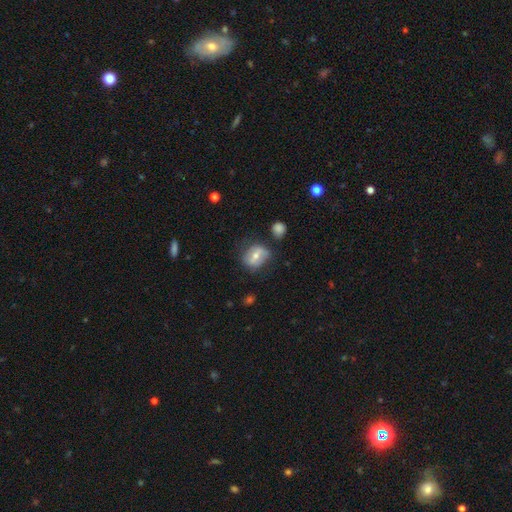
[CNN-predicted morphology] Smooth or featured? smooth (47%)
Merging? none (64%)